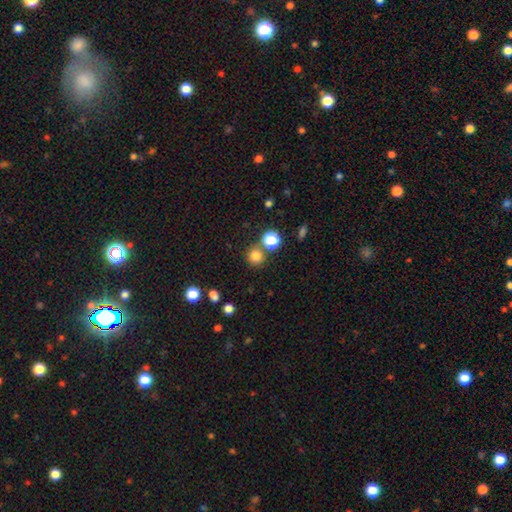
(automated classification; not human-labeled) A smooth galaxy with no disk features (79%) that is round (92%). Merging: none (76%).